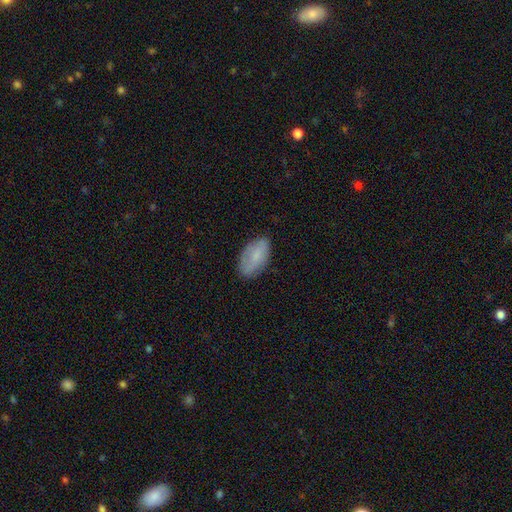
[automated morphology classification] A smooth galaxy with no disk features (74%) that is in between round and cigar-shaped (93%).

Vote fractions:
- Smooth or featured? smooth: 74% / featured or disk: 19% / star or artifact: 7%
- How rounded? in between: 93% / round: 4% / cigar-shaped: 3%
- Merging? none: 76% / minor disturbance: 18% / major disturbance: 4% / merger: 1%